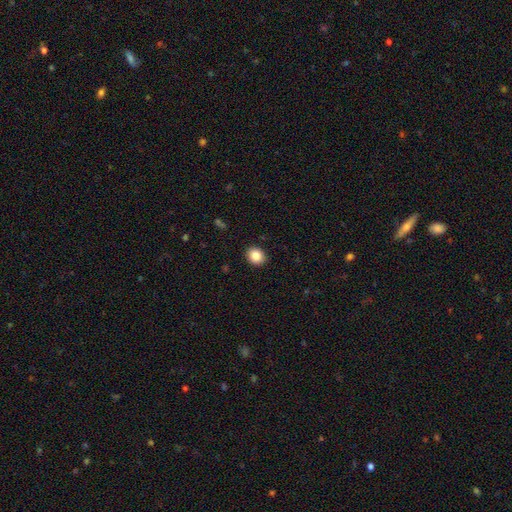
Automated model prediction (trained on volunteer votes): Overall: smooth (86%). How rounded: round (64%; in between 35%). Merging: none (91%).